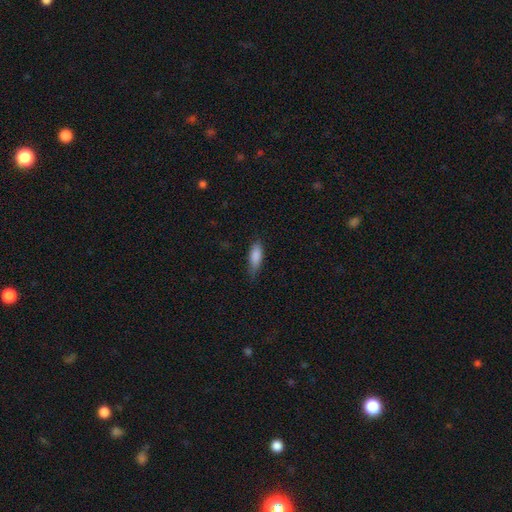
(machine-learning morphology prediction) Q: Smooth or featured?
A: smooth (85%); runner-up: featured or disk (8%)
Q: How rounded?
A: in between (69%); runner-up: cigar-shaped (29%)
Q: Merging?
A: none (65%); runner-up: minor disturbance (29%)